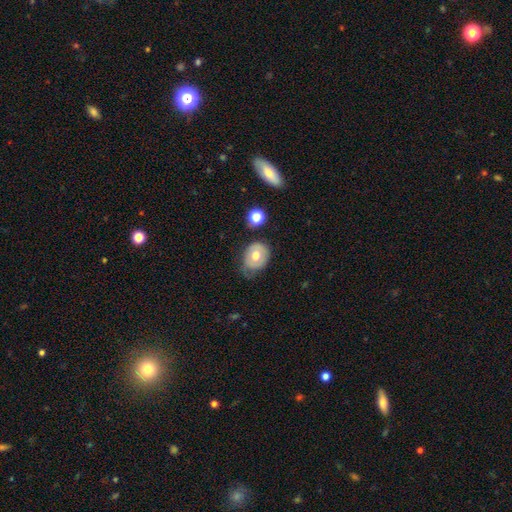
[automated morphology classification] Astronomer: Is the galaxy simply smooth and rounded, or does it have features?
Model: smooth — 55% (runner-up: featured or disk, 36%).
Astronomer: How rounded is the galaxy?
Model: round — 55% (runner-up: in between, 44%).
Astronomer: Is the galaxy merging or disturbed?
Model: none — 48% (runner-up: minor disturbance, 34%).